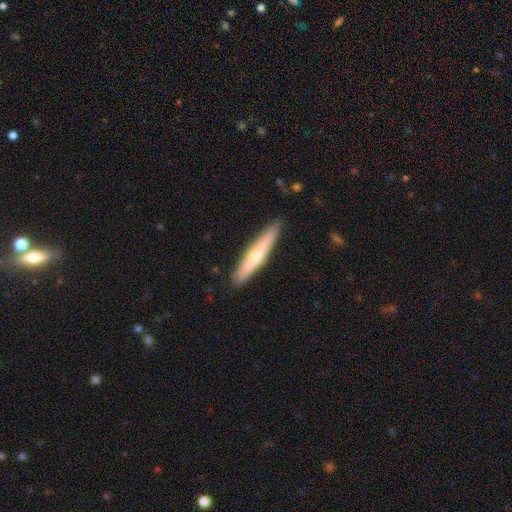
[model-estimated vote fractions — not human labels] Smooth or featured? smooth (50%)
How rounded? cigar-shaped (92%)
Merging? none (90%)